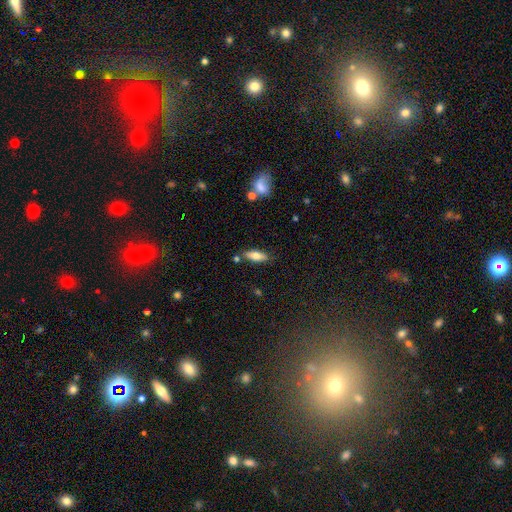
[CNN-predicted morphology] Smooth or featured? Predicted: smooth (p=0.73). How rounded? Predicted: in between (p=0.68). Merging? Predicted: none (p=0.77).